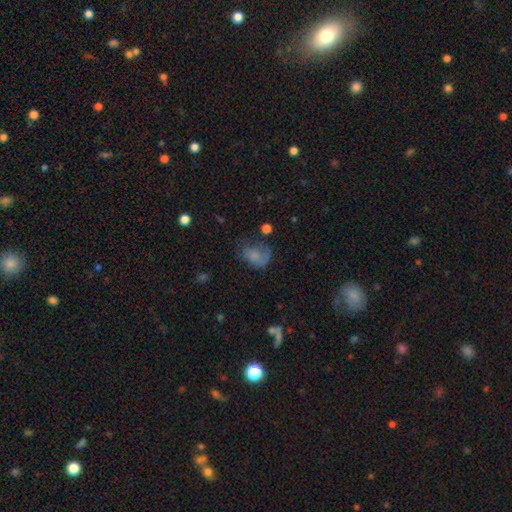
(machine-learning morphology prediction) smooth 62%, featured or disk 24%, star or artifact 14%. Down the decision tree: how rounded — in between (73%); merging — major disturbance (37%).